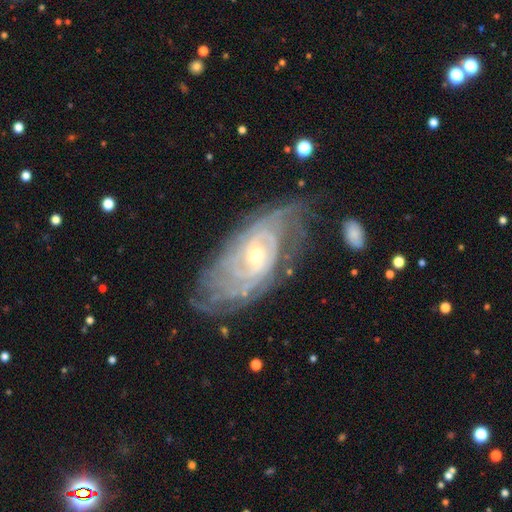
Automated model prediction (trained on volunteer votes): Q: Smooth or featured?
A: featured or disk (86%); runner-up: smooth (8%)
Q: Edge-on disk?
A: no (93%); runner-up: yes (7%)
Q: Bar?
A: no (66%); runner-up: weak (26%)
Q: Spiral arms?
A: yes (95%); runner-up: no (5%)
Q: Spiral winding?
A: tight (75%); runner-up: medium (20%)
Q: Spiral arm count?
A: can't tell (45%); runner-up: 2 (17%)
Q: Bulge size?
A: small (66%); runner-up: moderate (30%)
Q: Merging?
A: none (67%); runner-up: minor disturbance (21%)